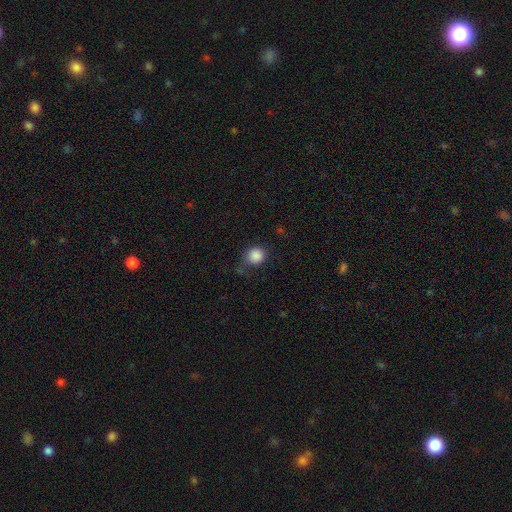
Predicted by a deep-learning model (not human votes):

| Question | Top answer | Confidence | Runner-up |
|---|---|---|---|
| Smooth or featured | smooth | 87% | star or artifact (10%) |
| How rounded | round | 90% | in between (9%) |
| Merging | none | 73% | minor disturbance (18%) |